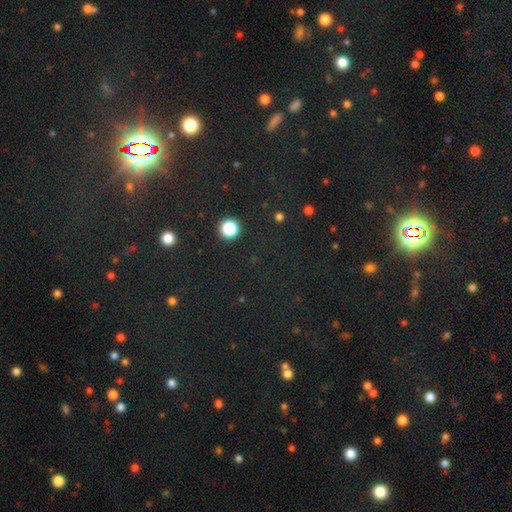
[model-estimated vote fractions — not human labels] Q: Smooth or featured?
A: star or artifact (75%); runner-up: smooth (17%)